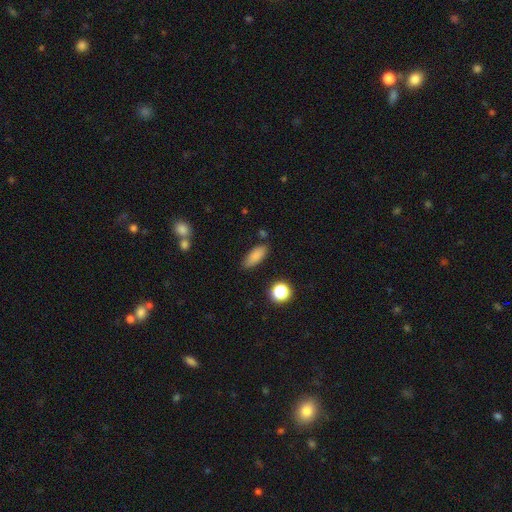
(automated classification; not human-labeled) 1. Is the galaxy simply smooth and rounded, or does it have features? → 84% smooth, 9% star or artifact, 7% featured or disk.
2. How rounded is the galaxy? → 75% in between, 21% cigar-shaped, 4% round.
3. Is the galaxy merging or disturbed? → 82% none, 12% minor disturbance, 3% merger, 3% major disturbance.